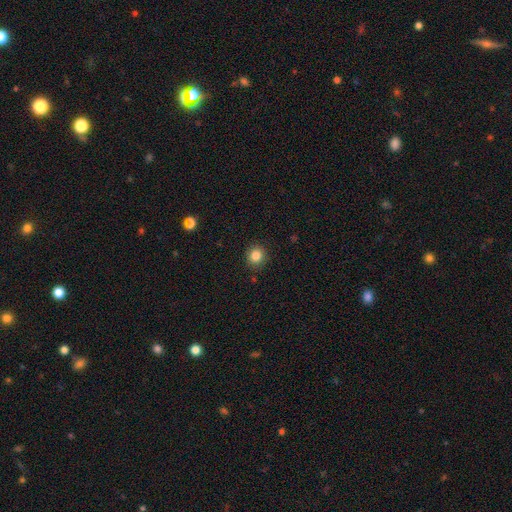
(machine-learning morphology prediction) This is clearly a smooth galaxy (84%). How rounded: clearly round (85%). Merging: clearly none (89%).